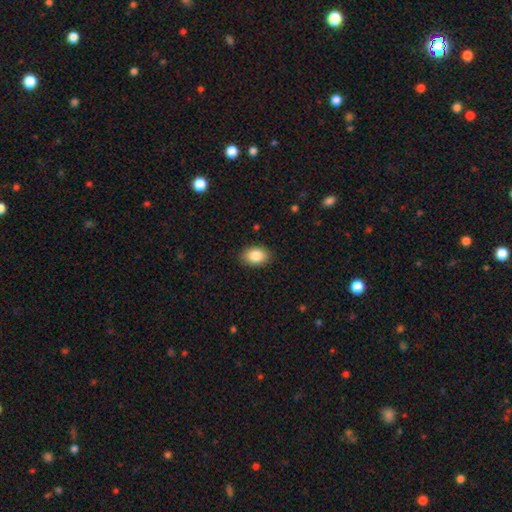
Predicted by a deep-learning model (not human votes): Smooth or featured?
  - smooth: 86% *
  - star or artifact: 8%
  - featured or disk: 6%
How rounded?
  - in between: 81% *
  - round: 18%
  - cigar-shaped: 1%
Merging?
  - none: 88% *
  - minor disturbance: 9%
  - major disturbance: 2%
  - merger: 1%